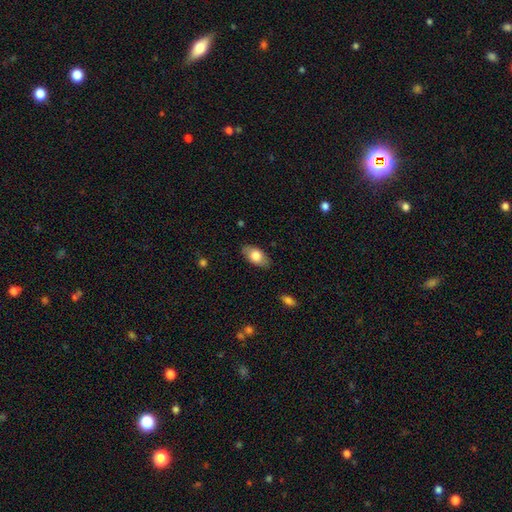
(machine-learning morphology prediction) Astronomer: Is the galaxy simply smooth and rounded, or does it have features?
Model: smooth — 76%.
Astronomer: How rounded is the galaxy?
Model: in between — 92%.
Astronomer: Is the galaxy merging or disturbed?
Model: none — 83%.